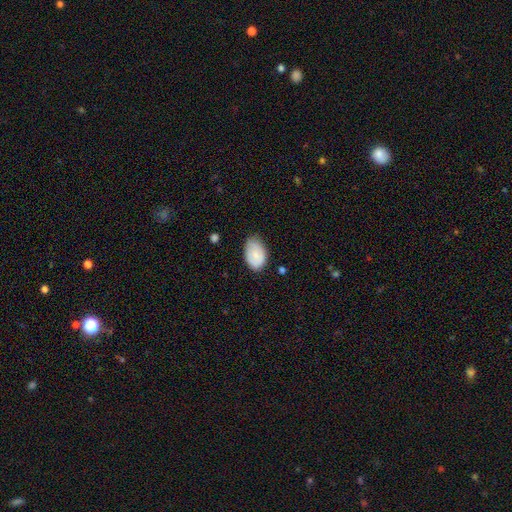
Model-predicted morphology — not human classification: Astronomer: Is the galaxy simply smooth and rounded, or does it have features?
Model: smooth — 76%.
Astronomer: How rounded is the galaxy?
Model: in between — 89%.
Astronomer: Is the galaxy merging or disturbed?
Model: none — 63%.